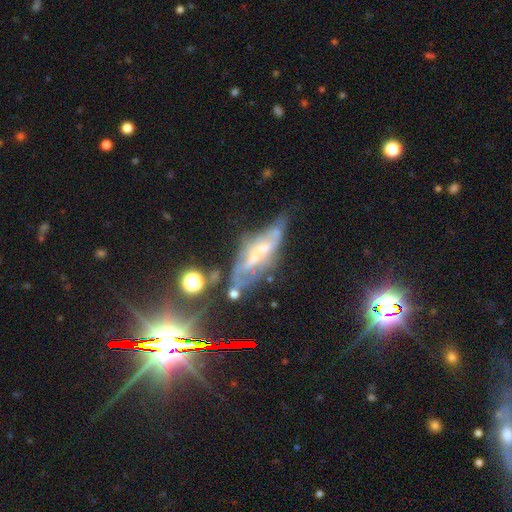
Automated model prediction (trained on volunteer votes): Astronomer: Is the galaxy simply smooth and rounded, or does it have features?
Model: featured or disk — 60%.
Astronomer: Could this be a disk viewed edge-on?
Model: no — 61% (runner-up: yes, 39%).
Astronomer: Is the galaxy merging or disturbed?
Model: none — 43% (runner-up: minor disturbance, 29%).